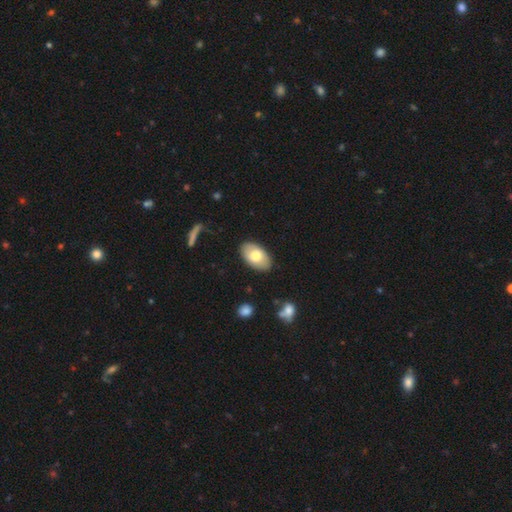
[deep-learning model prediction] The model was most divided on "smooth or featured": smooth: 72%, featured or disk: 22%, star or artifact: 6%. More confident: how rounded — in between (94%); merging — none (86%).